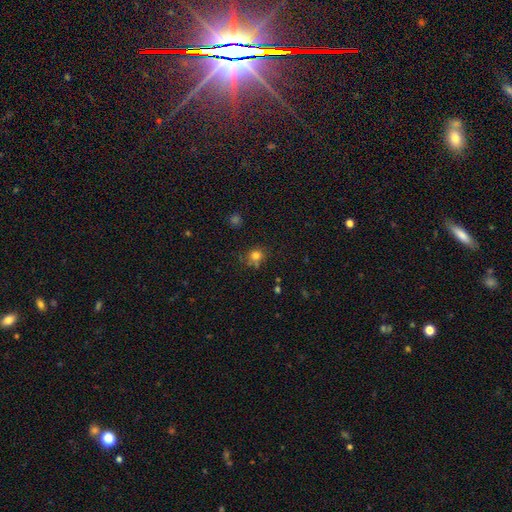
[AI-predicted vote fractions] This is likely a smooth galaxy (76%). How rounded: likely round (75%). Merging: likely none (69%).